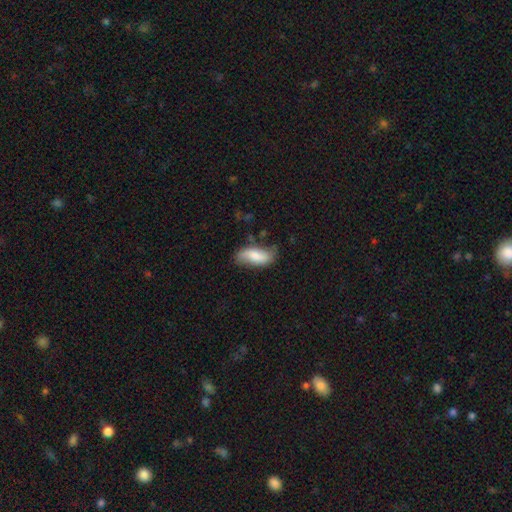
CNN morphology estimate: Smooth or featured? Predicted: smooth (p=0.66). How rounded? Predicted: in between (p=0.83). Merging? Predicted: none (p=0.59).